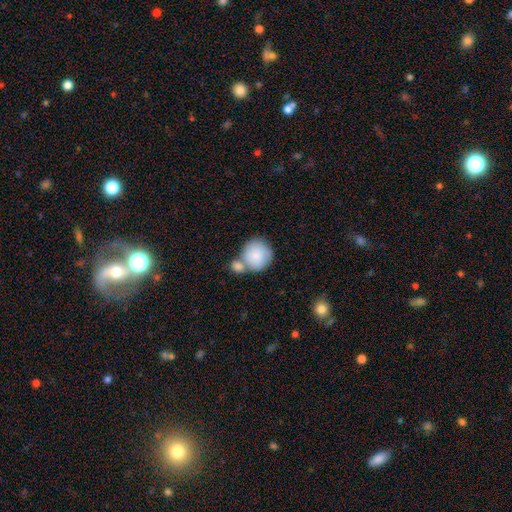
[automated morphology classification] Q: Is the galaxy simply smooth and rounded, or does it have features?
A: smooth — 83%.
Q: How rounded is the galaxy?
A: round — 85%.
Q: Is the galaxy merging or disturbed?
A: merger — 43%.